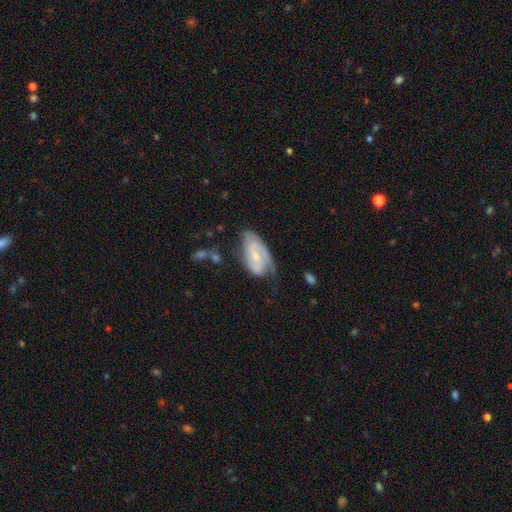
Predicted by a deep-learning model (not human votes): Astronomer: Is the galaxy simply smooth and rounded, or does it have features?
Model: featured or disk — 69%.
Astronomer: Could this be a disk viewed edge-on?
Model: no — 95%.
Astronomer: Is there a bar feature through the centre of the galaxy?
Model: weak — 46% (runner-up: no, 36%).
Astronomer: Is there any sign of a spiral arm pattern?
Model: yes — 89%.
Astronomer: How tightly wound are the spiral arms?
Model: tight — 41%, tied with medium at 41%.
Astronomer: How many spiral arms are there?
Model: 2 — 65%.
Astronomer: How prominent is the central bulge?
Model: small — 58%.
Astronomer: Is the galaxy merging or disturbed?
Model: none — 51% (runner-up: minor disturbance, 31%).